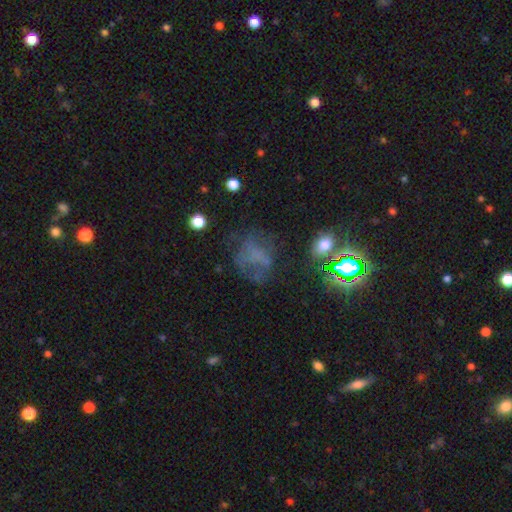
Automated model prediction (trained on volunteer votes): Smooth or featured? smooth (36%)
Merging? none (49%)